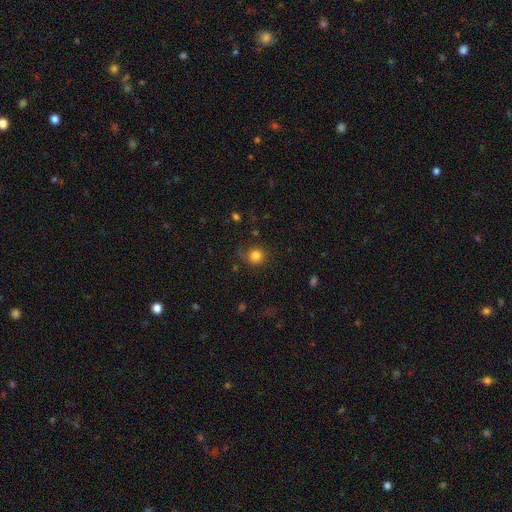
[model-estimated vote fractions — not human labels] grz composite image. It shows a smooth galaxy with no disk features (81%) that is round (89%). Merging: none (75%).